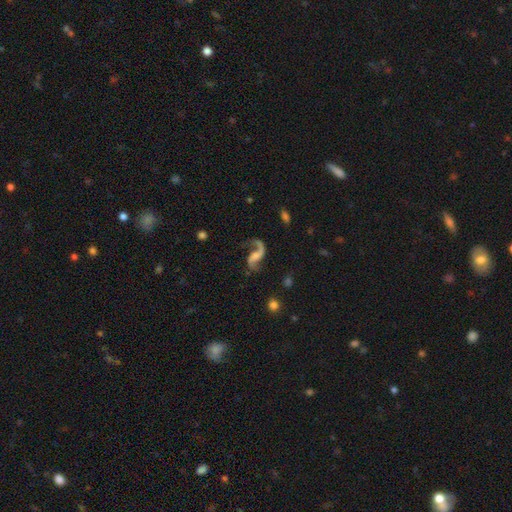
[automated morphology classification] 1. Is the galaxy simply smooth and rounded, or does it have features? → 90% featured or disk, 5% star or artifact, 5% smooth.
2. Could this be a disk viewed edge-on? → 97% no, 3% yes.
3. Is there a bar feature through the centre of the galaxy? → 45% no, 38% weak, 17% strong.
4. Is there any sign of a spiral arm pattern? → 97% yes, 3% no.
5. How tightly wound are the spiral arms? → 82% loose, 15% medium, 3% tight.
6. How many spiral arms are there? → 90% 2, 6% 1, 1% can't tell, 1% 3, 1% 4, 1% more than 4.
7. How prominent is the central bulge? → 37% none, 30% small, 22% moderate, 8% large, 2% dominant.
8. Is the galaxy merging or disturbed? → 68% none, 15% minor disturbance, 13% major disturbance, 4% merger.